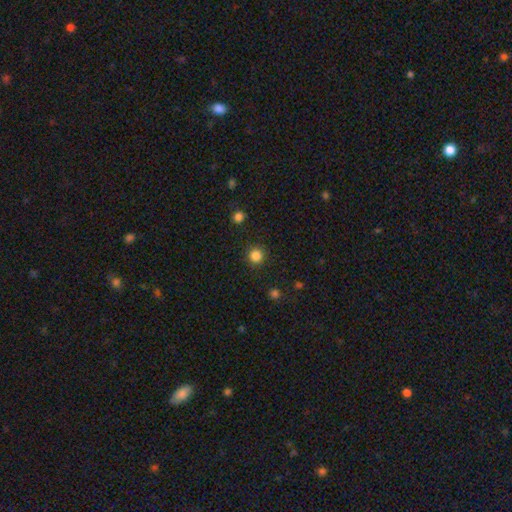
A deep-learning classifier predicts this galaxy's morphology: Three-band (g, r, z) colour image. It shows a smooth galaxy with no disk features (85%) that is round (95%). Merging: none (91%).